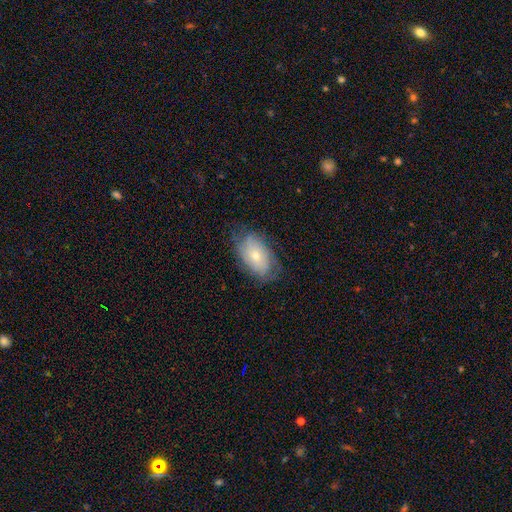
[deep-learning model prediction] A smooth galaxy with no disk features (57%) that is in between round and cigar-shaped (91%).

Vote fractions:
- Smooth or featured? smooth: 57% / featured or disk: 35% / star or artifact: 8%
- How rounded? in between: 91% / round: 8% / cigar-shaped: 2%
- Merging? none: 68% / minor disturbance: 23% / major disturbance: 8% / merger: 1%